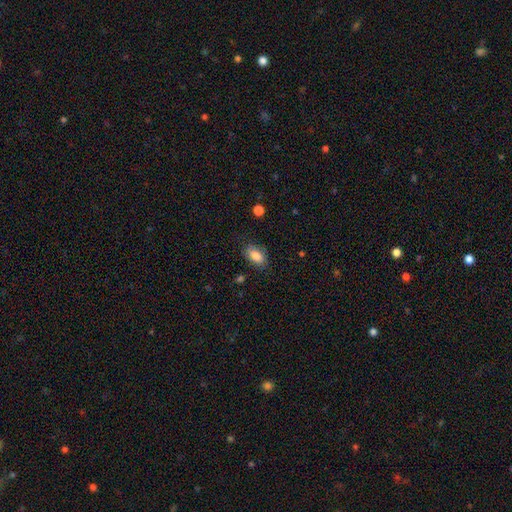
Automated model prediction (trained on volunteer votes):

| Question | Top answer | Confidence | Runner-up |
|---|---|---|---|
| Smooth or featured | smooth | 85% | featured or disk (8%) |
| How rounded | in between | 91% | round (6%) |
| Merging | none | 80% | minor disturbance (15%) |